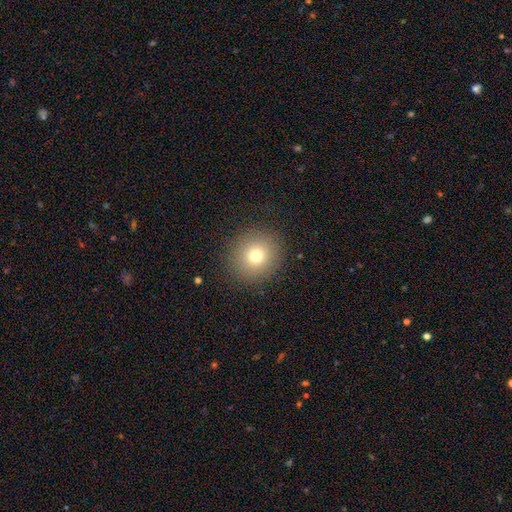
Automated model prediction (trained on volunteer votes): Overall: smooth (74%). How rounded: round (91%). Merging: none (89%).